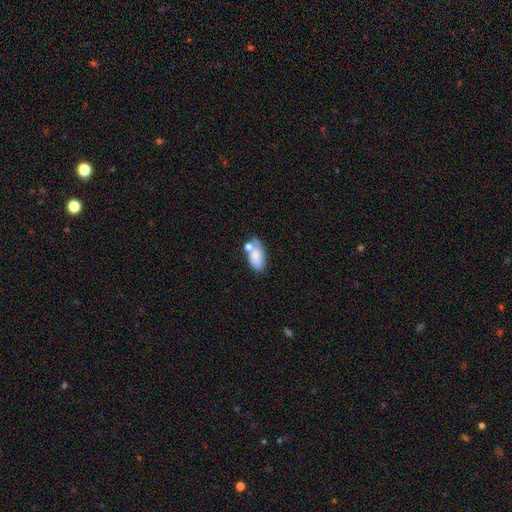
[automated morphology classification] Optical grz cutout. It shows a smooth galaxy with no disk features (72%) that is in between round and cigar-shaped (92%). Merging: none (44%).